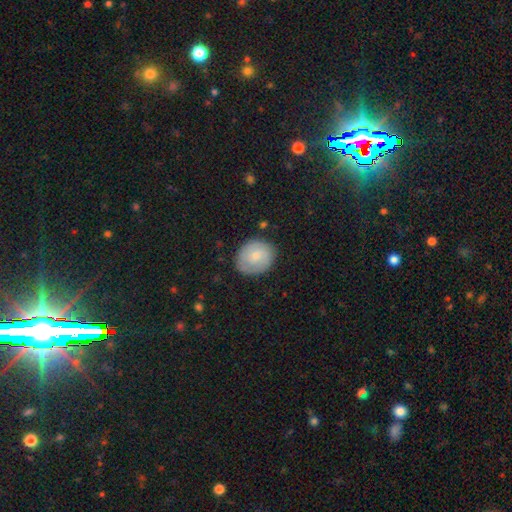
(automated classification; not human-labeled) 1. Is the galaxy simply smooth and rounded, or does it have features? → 68% smooth, 25% featured or disk, 7% star or artifact.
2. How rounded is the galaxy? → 68% round, 32% in between, 1% cigar-shaped.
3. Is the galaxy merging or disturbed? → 77% none, 18% minor disturbance, 4% major disturbance, 1% merger.